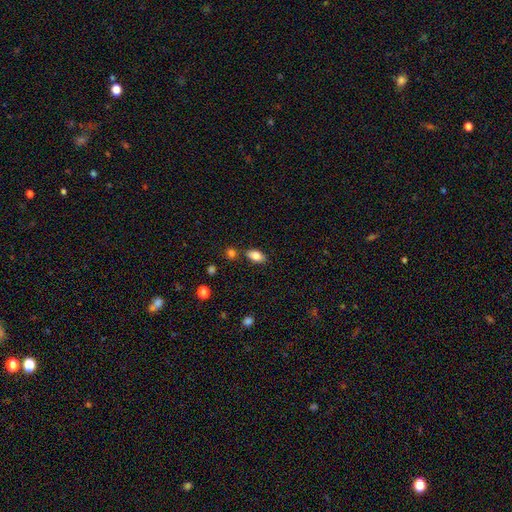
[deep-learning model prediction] A smooth galaxy with no disk features (83%) that is in between round and cigar-shaped (89%).

Vote fractions:
- Smooth or featured? smooth: 83% / star or artifact: 8% / featured or disk: 8%
- How rounded? in between: 89% / round: 7% / cigar-shaped: 4%
- Merging? none: 78% / minor disturbance: 12% / merger: 7% / major disturbance: 3%